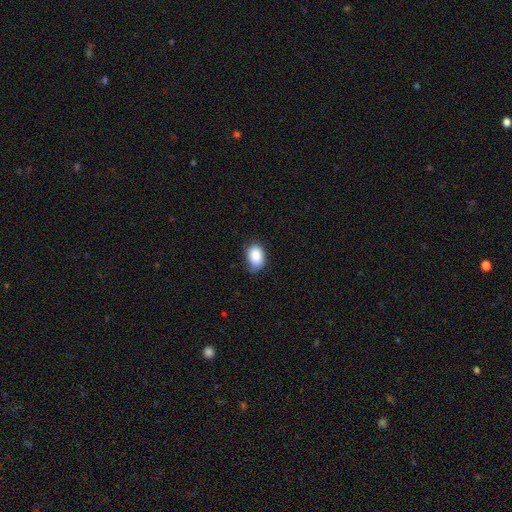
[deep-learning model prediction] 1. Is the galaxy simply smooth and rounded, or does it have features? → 88% smooth, 7% star or artifact, 5% featured or disk.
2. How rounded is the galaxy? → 85% in between, 14% round, 1% cigar-shaped.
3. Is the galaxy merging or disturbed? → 67% none, 27% minor disturbance, 5% major disturbance, 1% merger.